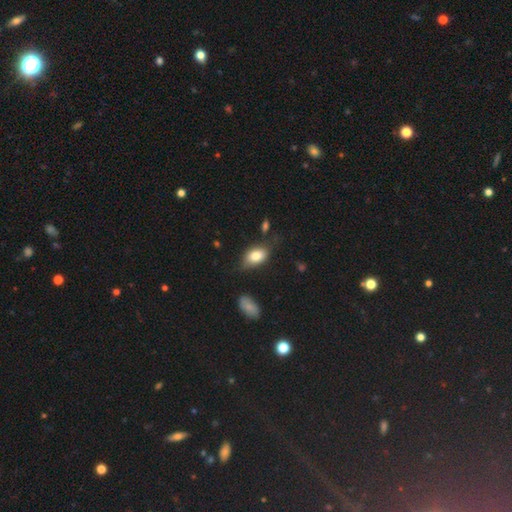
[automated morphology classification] The model was most divided on "merging": none: 65%, minor disturbance: 23%, major disturbance: 7%, merger: 4%. More confident: how rounded — in between (90%); smooth or featured — smooth (81%).